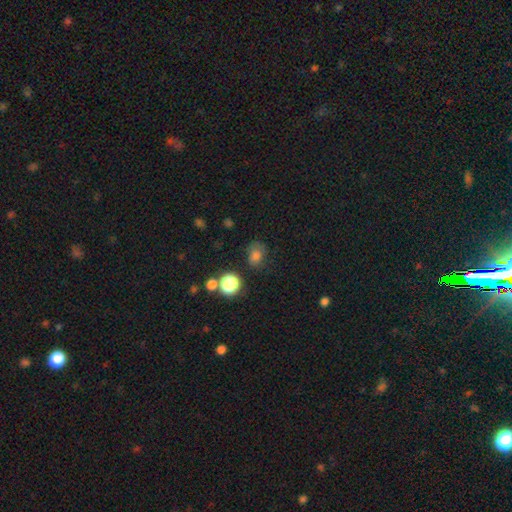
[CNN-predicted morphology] The model was most divided on "how rounded": in between: 52%, round: 47%, cigar-shaped: 1%. More confident: smooth or featured — smooth (73%); merging — none (55%).